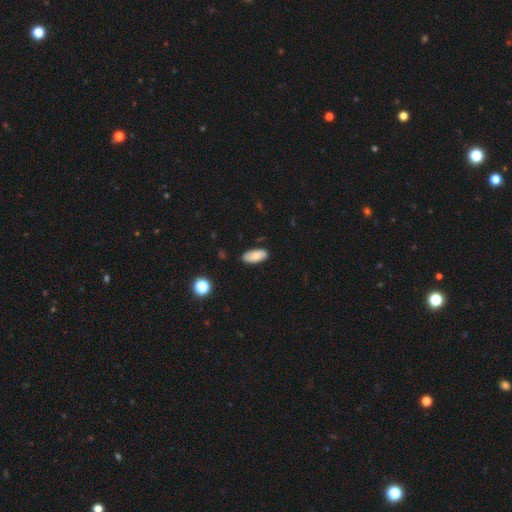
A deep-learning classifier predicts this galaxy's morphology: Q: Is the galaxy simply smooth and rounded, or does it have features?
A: smooth — 76%.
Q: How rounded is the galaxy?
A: in between — 90%.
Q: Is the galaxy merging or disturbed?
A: none — 83%.